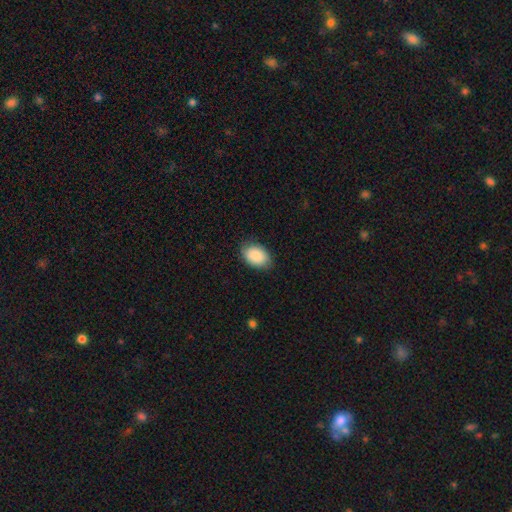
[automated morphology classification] Overall: smooth (89%). How rounded: in between (85%). Merging: none (83%).